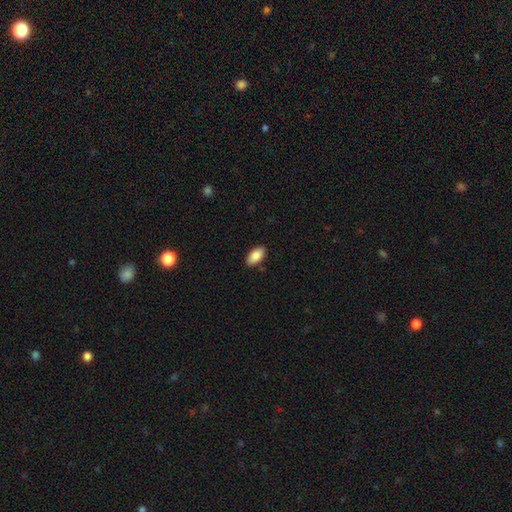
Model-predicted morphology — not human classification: This is clearly a smooth galaxy (87%). How rounded: clearly in between (94%). Merging: clearly none (89%).